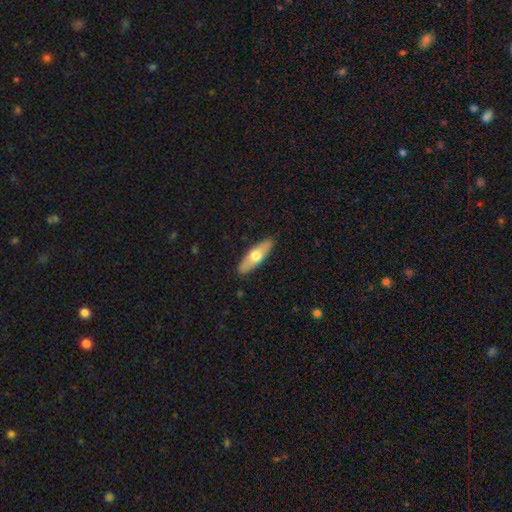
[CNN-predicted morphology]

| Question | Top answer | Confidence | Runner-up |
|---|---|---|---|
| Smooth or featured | smooth | 57% | featured or disk (38%) |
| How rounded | cigar-shaped | 52% | in between (45%) |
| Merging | none | 89% | minor disturbance (8%) |